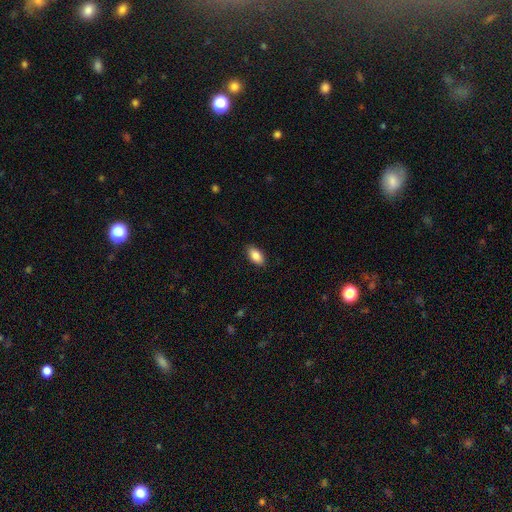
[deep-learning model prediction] Smooth or featured?
  - smooth: 87% *
  - star or artifact: 7%
  - featured or disk: 7%
How rounded?
  - in between: 92% *
  - cigar-shaped: 5%
  - round: 3%
Merging?
  - none: 88% *
  - minor disturbance: 9%
  - major disturbance: 2%
  - merger: 1%